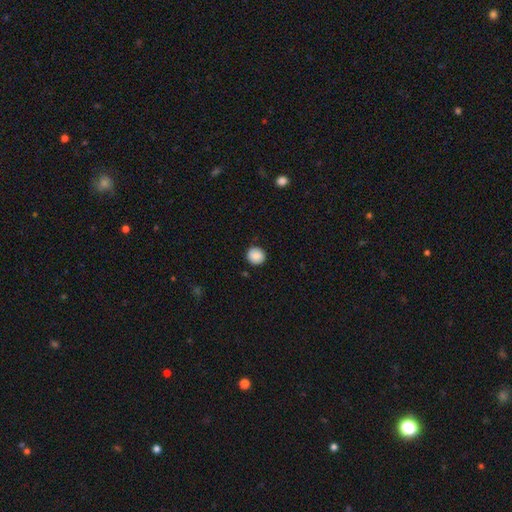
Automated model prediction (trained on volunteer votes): A smooth galaxy with no disk features (86%) that is round (93%). Merging: none (89%).